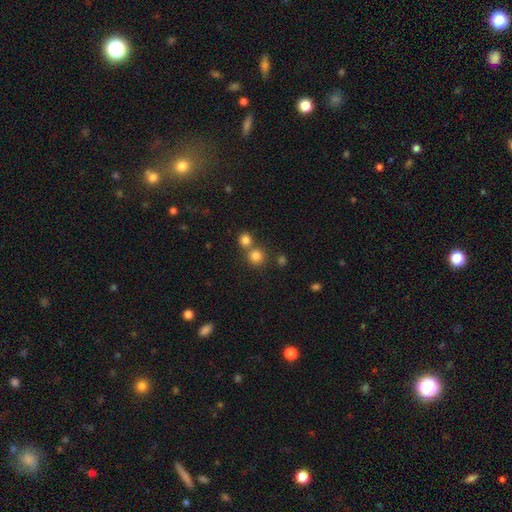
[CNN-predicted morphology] This is clearly a smooth galaxy (80%). How rounded: clearly round (91%). Merging: likely none (61%).